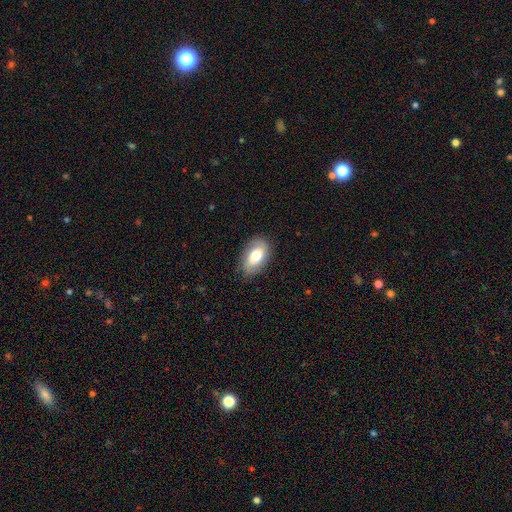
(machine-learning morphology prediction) Overall: smooth (67%). How rounded: in between (92%). Merging: none (82%).